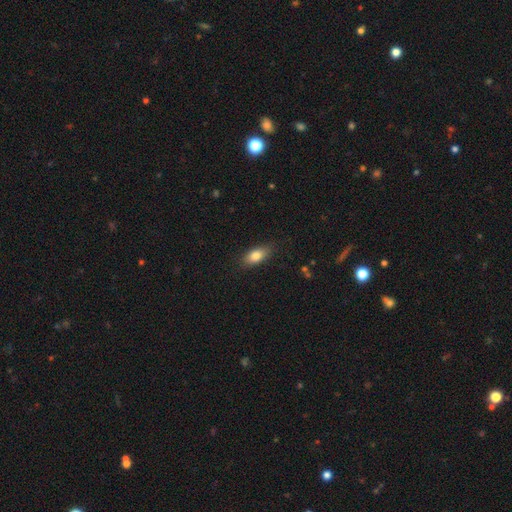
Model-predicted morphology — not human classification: Smooth or featured: smooth — 81% (featured or disk — 11%)
How rounded: in between — 85% (cigar-shaped — 10%)
Merging: none — 84% (minor disturbance — 12%)